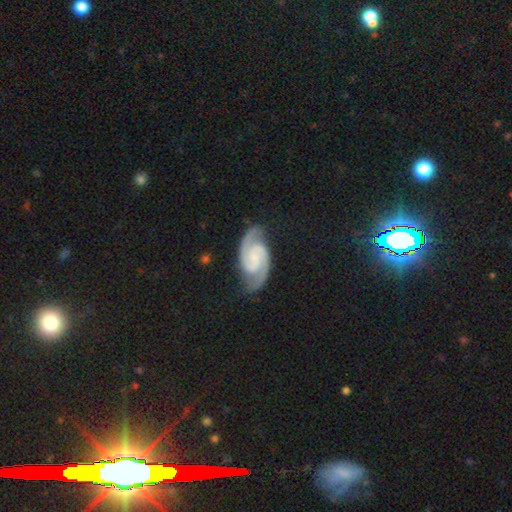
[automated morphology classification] type=featured or disk (91%); edge-on=no (98%); bar=no (45%); spiral arms=yes (99%); winding=medium (48%); arm count=2 (94%); bulge=none (49%); merging=none (81%).